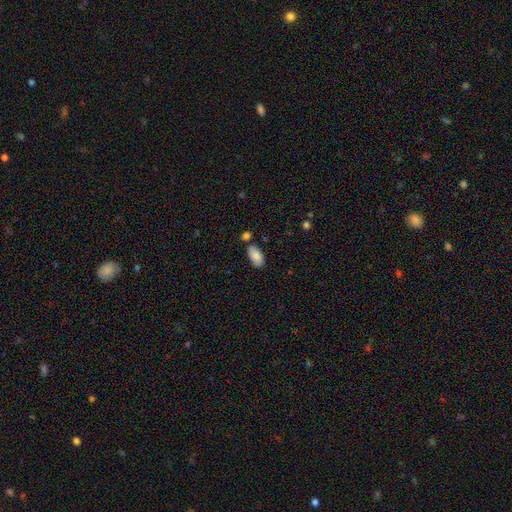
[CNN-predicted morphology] The model was most divided on "merging": none: 73%, minor disturbance: 15%, merger: 9%, major disturbance: 3%. More confident: how rounded — in between (94%); smooth or featured — smooth (85%).